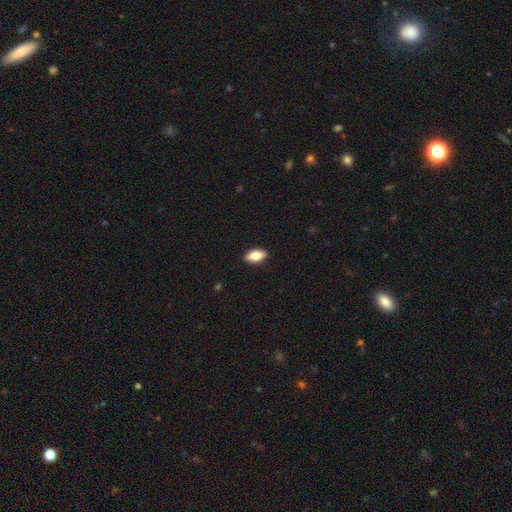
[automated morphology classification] Smooth or featured? smooth (82%)
How rounded? in between (91%)
Merging? none (90%)